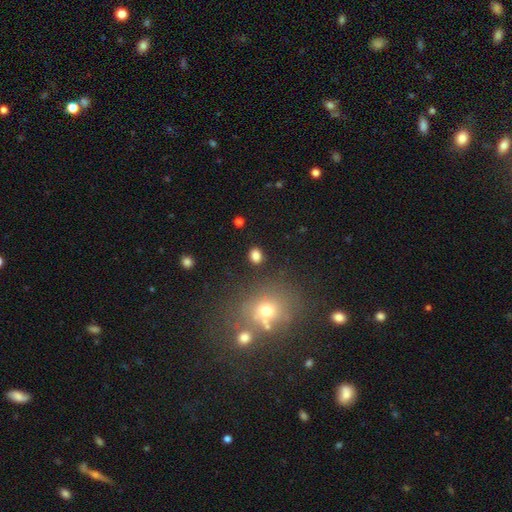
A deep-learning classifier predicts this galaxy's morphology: Smooth or featured? Predicted: smooth (p=0.82). How rounded? Predicted: in between (p=0.52). Merging? Predicted: none (p=0.86).